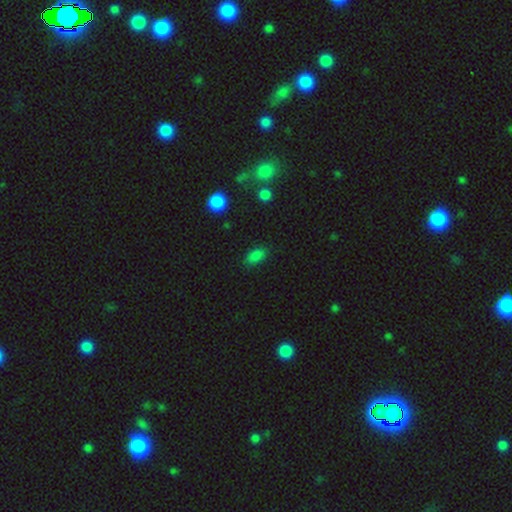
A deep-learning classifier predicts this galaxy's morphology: Q: Smooth or featured?
A: smooth (83%); runner-up: star or artifact (12%)
Q: How rounded?
A: in between (89%); runner-up: round (7%)
Q: Merging?
A: none (83%); runner-up: minor disturbance (13%)